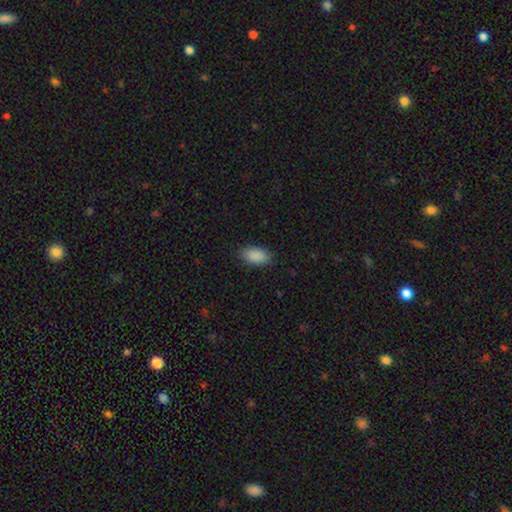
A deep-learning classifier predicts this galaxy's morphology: Overall: smooth (90%). How rounded: in between (94%). Merging: none (87%).